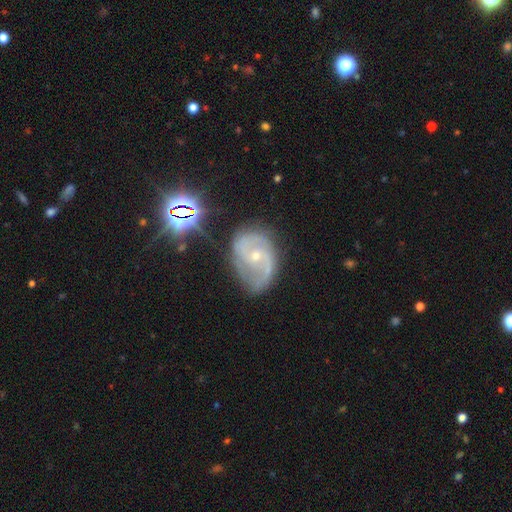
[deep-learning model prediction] smooth_or_featured: featured or disk (p=0.83) [alt: star or artifact p=0.10]
disk_edge_on: no (p=0.97) [alt: yes p=0.03]
bar: no (p=0.61) [alt: weak p=0.32]
has_spiral_arms: yes (p=0.95) [alt: no p=0.05]
spiral_winding: medium (p=0.49) [alt: tight p=0.33]
spiral_arm_count: 2 (p=0.69) [alt: can't tell p=0.13]
bulge_size: small (p=0.68) [alt: moderate p=0.29]
merging: none (p=0.63) [alt: minor disturbance p=0.24]